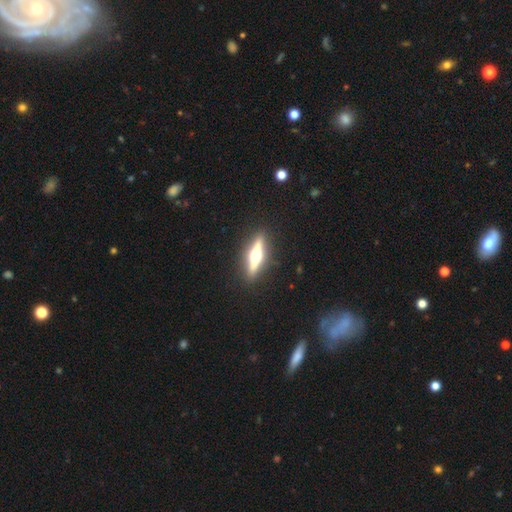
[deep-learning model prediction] Smooth or featured? featured or disk (73%)
Edge-on disk? yes (96%)
Edge-on bulge? rounded (96%)
Merging? none (91%)